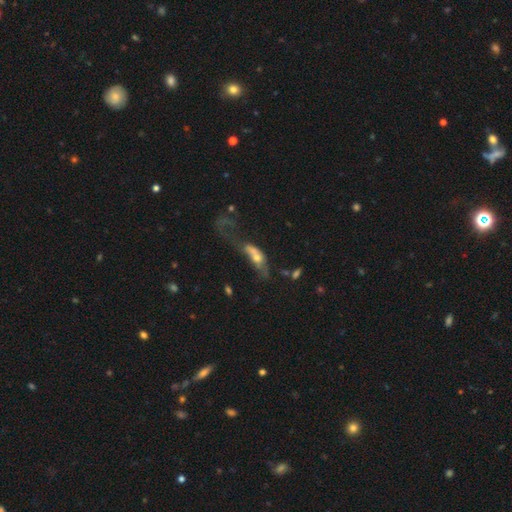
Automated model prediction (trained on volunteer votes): A smooth galaxy with no disk features (48%). Merging: major disturbance (53%).